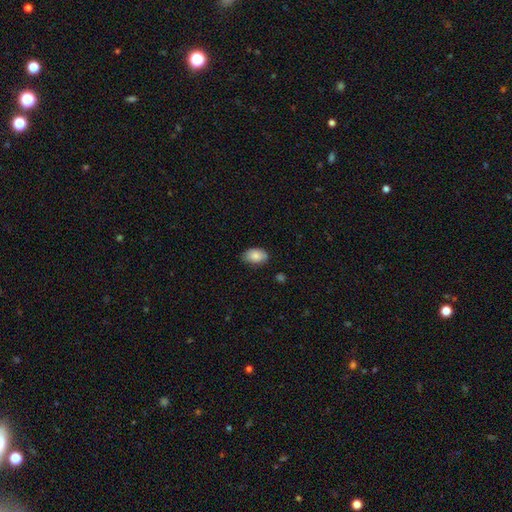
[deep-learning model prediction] smooth_or_featured: smooth (p=0.86) [alt: featured or disk p=0.08]
how_rounded: in between (p=0.91) [alt: round p=0.08]
merging: none (p=0.78) [alt: minor disturbance p=0.18]